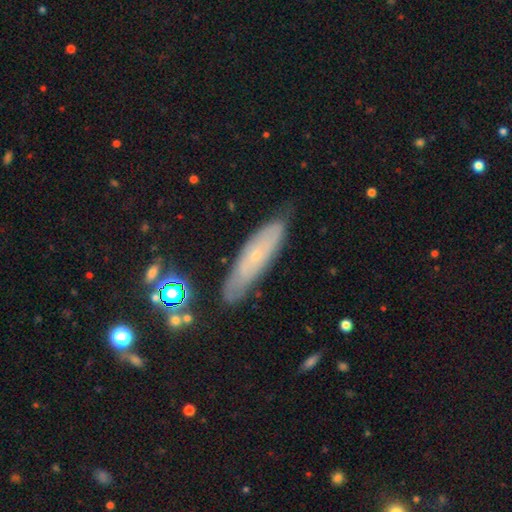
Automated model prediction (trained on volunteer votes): Morphology: type=featured or disk (52%); edge-on=no (61%); merging=none (77%).